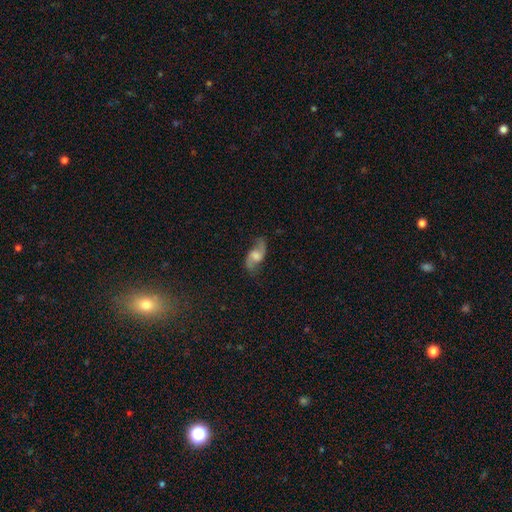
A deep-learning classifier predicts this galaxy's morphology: featured or disk 75%, smooth 17%, star or artifact 7%. Down the decision tree: edge-on disk — no (93%); bar — no (51%); spiral arms — yes (94%); spiral arm count — 2 (92%); spiral winding — loose (69%); bulge size — moderate (43%); merging — none (77%).